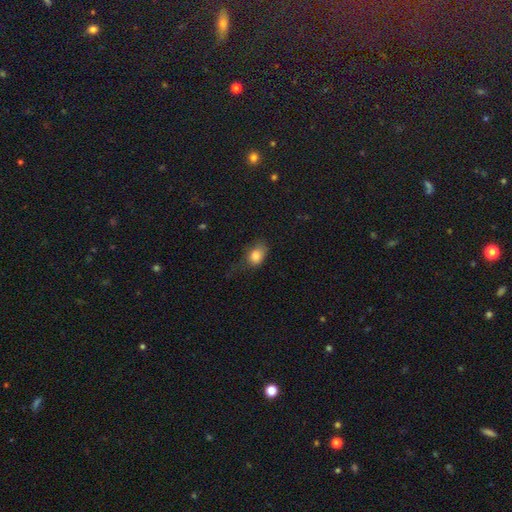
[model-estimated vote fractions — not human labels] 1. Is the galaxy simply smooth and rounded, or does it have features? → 82% smooth, 10% star or artifact, 8% featured or disk.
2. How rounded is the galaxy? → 70% in between, 29% round, 2% cigar-shaped.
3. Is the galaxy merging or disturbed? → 50% none, 31% minor disturbance, 17% major disturbance, 2% merger.